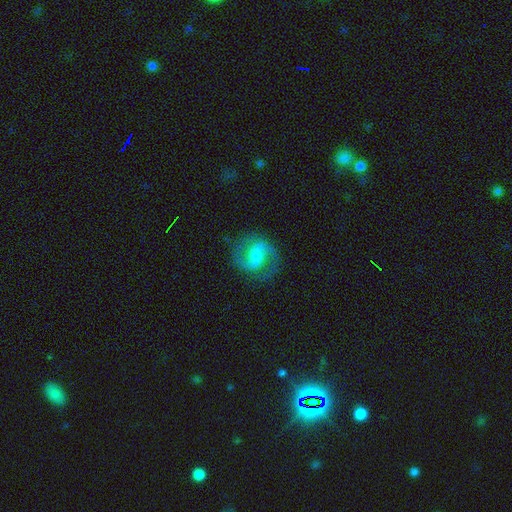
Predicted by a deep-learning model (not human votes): This is clearly a featured or disk galaxy (80%). It is clearly not viewed edge-on (98%). Bar: possibly weak (48%). Spiral arm pattern: clearly yes (95%). Spiral arm count: clearly 2 (92%). Spiral winding: possibly medium (58%). Central bulge: marginally small (42%). Merging: likely none (78%).